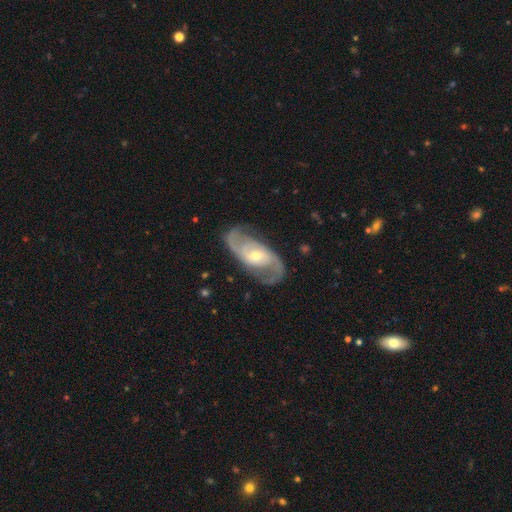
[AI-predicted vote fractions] A featured or disk galaxy (89%) with no bar (57%), 2 (91%) medium (53%) spiral arms (97%) and a small central bulge (52%).

Vote fractions:
- Smooth or featured? featured or disk: 89% / smooth: 6% / star or artifact: 5%
- Edge-on disk? no: 96% / yes: 4%
- Bar? no: 57% / weak: 32% / strong: 11%
- Spiral arms? yes: 97% / no: 3%
- Spiral winding? medium: 53% / loose: 25% / tight: 22%
- Spiral arm count? 2: 91% / can't tell: 3% / 3: 2% / 1: 1% / 4: 1% / more than 4: 1%
- Bulge size? small: 52% / moderate: 44% / large: 2% / none: 1% / dominant: 1%
- Merging? none: 79% / minor disturbance: 13% / major disturbance: 6% / merger: 1%